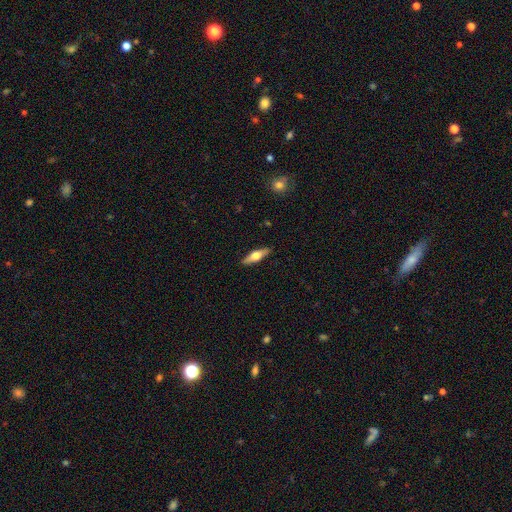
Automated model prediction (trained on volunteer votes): smooth-or-featured: featured or disk: 51% | smooth: 43% | star or artifact: 6%
  disk-edge-on: yes: 92% | no: 8%
  merging: none: 90% | minor disturbance: 7% | major disturbance: 2% | merger: 1%